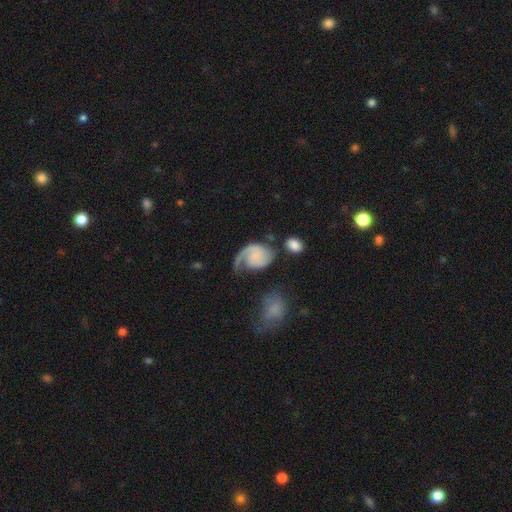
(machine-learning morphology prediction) Smooth or featured? Predicted: featured or disk (p=0.74). Edge-on disk? Predicted: no (p=0.98). Bar? Predicted: no (p=0.71). Spiral arms? Predicted: yes (p=0.94). Spiral winding? Predicted: medium (p=0.40). Spiral arm count? Predicted: 1 (p=0.64). Bulge size? Predicted: small (p=0.51). Merging? Predicted: none (p=0.40).